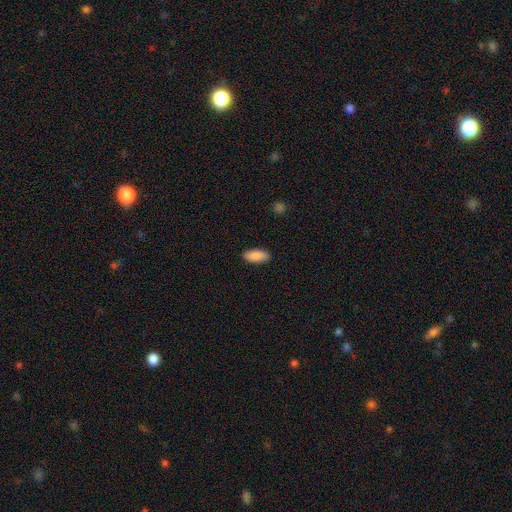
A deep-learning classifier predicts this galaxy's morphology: smooth_or_featured: smooth (p=0.90) [alt: star or artifact p=0.06]
how_rounded: in between (p=0.86) [alt: cigar-shaped p=0.12]
merging: none (p=0.89) [alt: minor disturbance p=0.08]